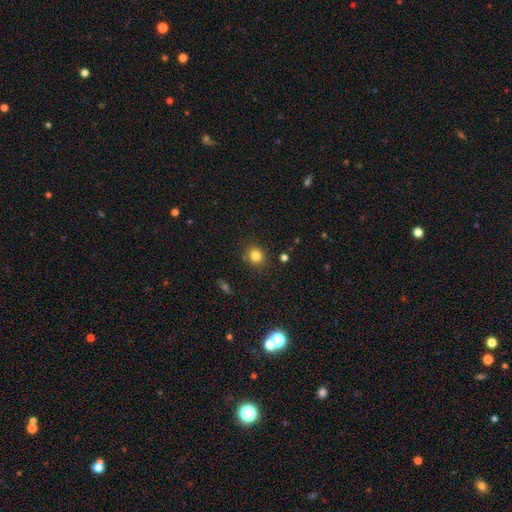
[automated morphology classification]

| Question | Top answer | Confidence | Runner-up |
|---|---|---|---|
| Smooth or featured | smooth | 82% | star or artifact (13%) |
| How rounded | round | 82% | in between (17%) |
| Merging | none | 85% | minor disturbance (9%) |